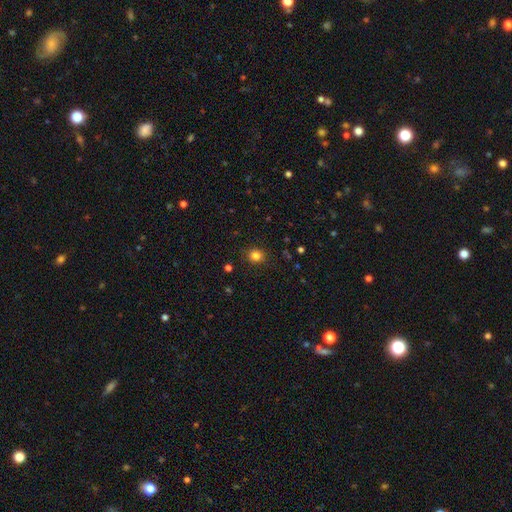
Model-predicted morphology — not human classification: smooth_or_featured: smooth (p=0.82) [alt: star or artifact p=0.13]
how_rounded: round (p=0.81) [alt: in between p=0.18]
merging: none (p=0.89) [alt: minor disturbance p=0.08]